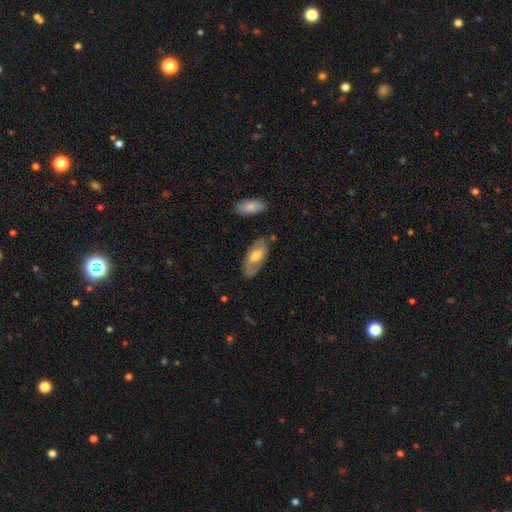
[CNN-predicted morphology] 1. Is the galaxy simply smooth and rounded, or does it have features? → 50% featured or disk, 44% smooth, 6% star or artifact.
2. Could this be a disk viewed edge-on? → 85% no, 15% yes.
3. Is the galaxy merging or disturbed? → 73% none, 19% minor disturbance, 5% major disturbance, 3% merger.